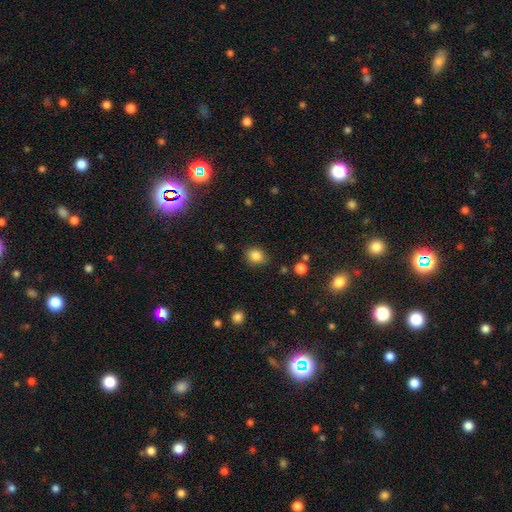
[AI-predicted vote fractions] This is clearly a smooth galaxy (85%). How rounded: likely round (62%). Merging: clearly none (80%).